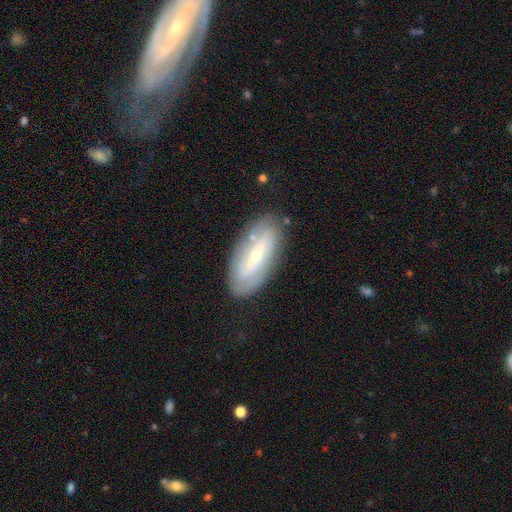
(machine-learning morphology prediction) A featured or disk galaxy (65%) with a strong bar (35%), spiral arms (59%) and a small central bulge (70%). Merging: none (80%).